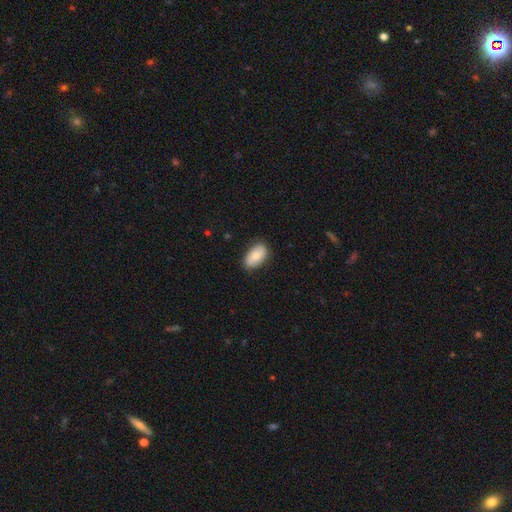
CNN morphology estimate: A smooth galaxy with no disk features (77%) that is in between round and cigar-shaped (93%).

Vote fractions:
- Smooth or featured? smooth: 77% / featured or disk: 17% / star or artifact: 6%
- How rounded? in between: 93% / round: 5% / cigar-shaped: 2%
- Merging? none: 82% / minor disturbance: 15% / major disturbance: 3% / merger: 1%